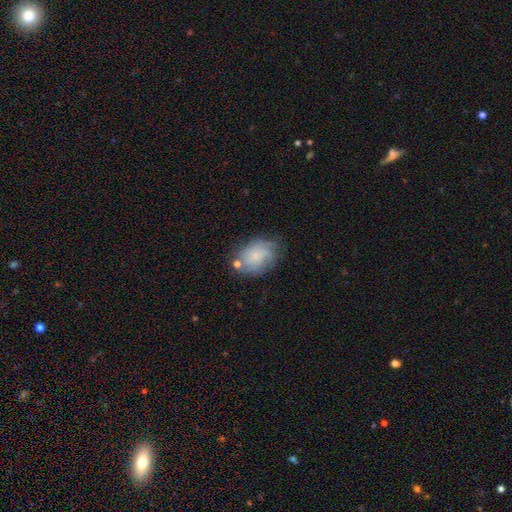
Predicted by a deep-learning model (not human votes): smooth-or-featured: smooth: 46% | featured or disk: 44% | star or artifact: 10%
  merging: none: 59% | minor disturbance: 24% | major disturbance: 10% | merger: 7%